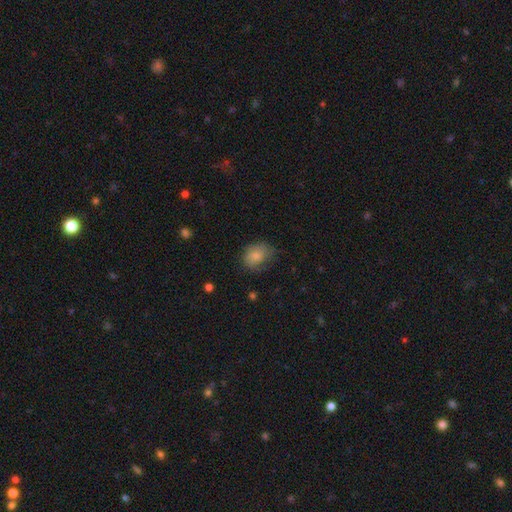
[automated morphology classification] smooth-or-featured: smooth: 79% | featured or disk: 13% | star or artifact: 8%
  how-rounded: in between: 54% | round: 45% | cigar-shaped: 1%
  merging: none: 53% | minor disturbance: 31% | major disturbance: 15% | merger: 2%